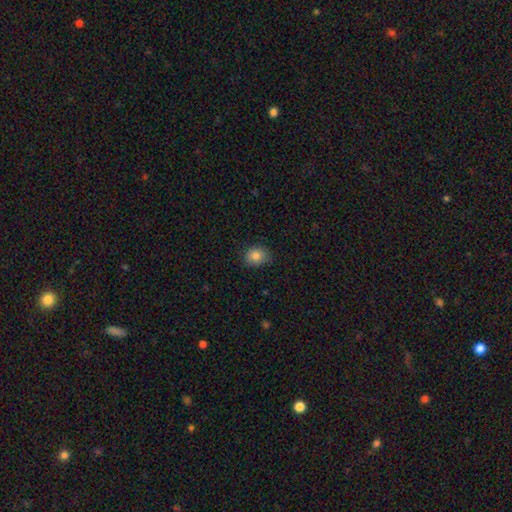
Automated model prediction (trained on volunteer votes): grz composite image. It shows a smooth galaxy with no disk features (83%) that is round (57%). Merging: none (79%).